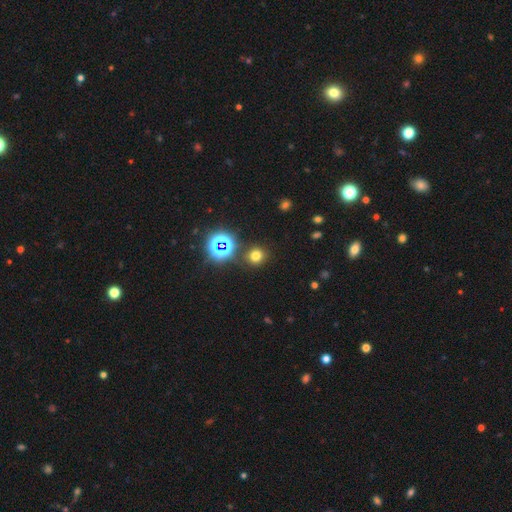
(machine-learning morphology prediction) Overall: smooth (67%). How rounded: round (89%). Merging: none (87%).